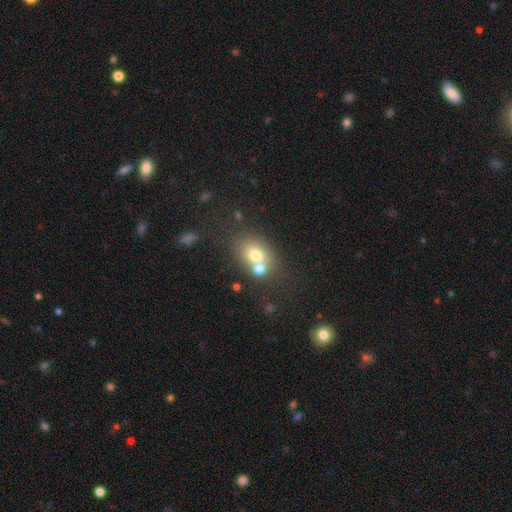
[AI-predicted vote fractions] Q: Smooth or featured?
A: smooth (68%); runner-up: featured or disk (19%)
Q: How rounded?
A: in between (57%); runner-up: round (42%)
Q: Merging?
A: none (45%); runner-up: merger (39%)